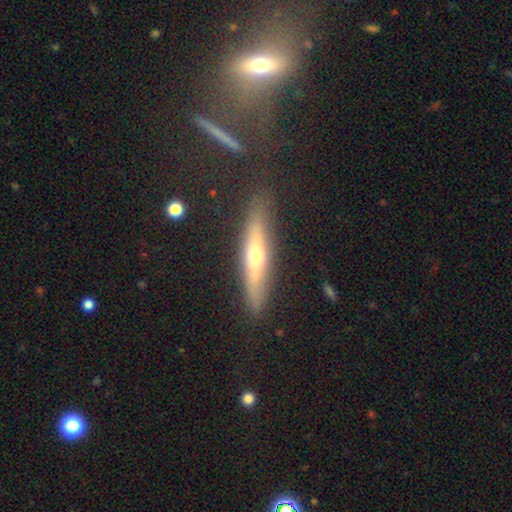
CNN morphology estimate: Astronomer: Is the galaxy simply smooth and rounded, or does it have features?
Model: featured or disk — 53% (runner-up: smooth, 39%).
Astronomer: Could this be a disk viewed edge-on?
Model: yes — 86%.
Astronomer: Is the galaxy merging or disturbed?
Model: none — 86%.